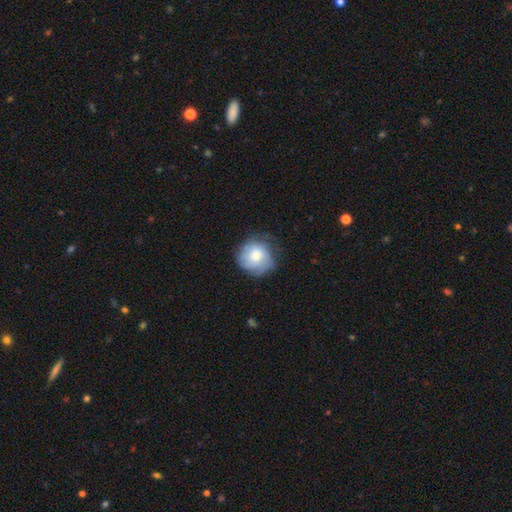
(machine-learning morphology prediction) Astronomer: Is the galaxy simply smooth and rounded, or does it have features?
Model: smooth — 63%.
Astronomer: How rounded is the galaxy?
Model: round — 87%.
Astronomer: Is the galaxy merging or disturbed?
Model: none — 63%.